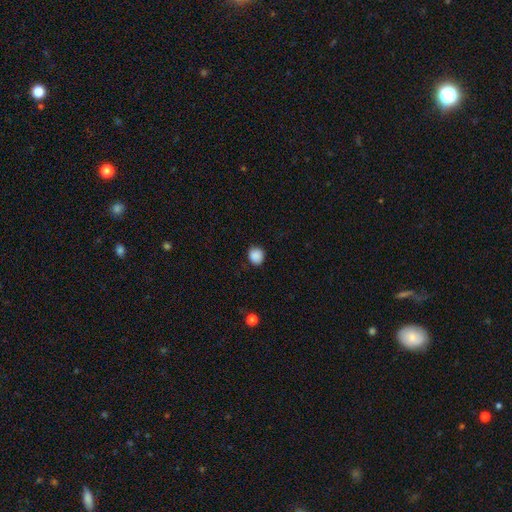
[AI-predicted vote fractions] Smooth or featured? Predicted: smooth (p=0.88). How rounded? Predicted: round (p=0.81). Merging? Predicted: none (p=0.87).